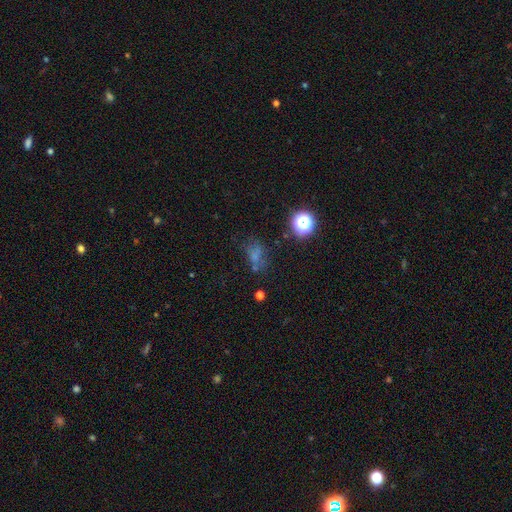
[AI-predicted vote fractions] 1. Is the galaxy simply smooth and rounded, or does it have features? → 51% smooth, 30% star or artifact, 19% featured or disk.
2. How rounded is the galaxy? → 63% in between, 33% round, 4% cigar-shaped.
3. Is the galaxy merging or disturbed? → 52% none, 20% minor disturbance, 17% major disturbance, 11% merger.